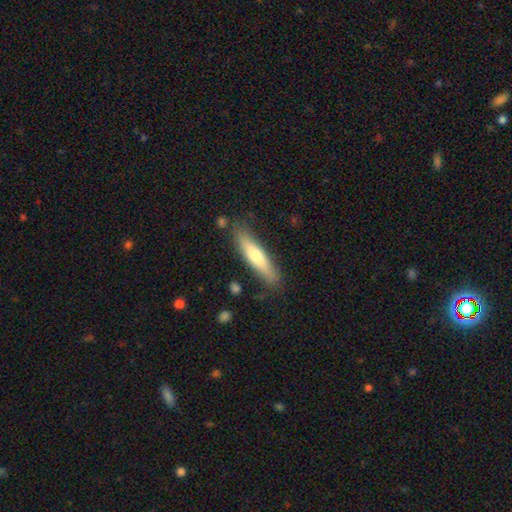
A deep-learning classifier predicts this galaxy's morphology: The model was most divided on "smooth or featured": smooth: 63%, featured or disk: 31%, star or artifact: 5%. More confident: merging — none (83%); how rounded — cigar-shaped (82%).